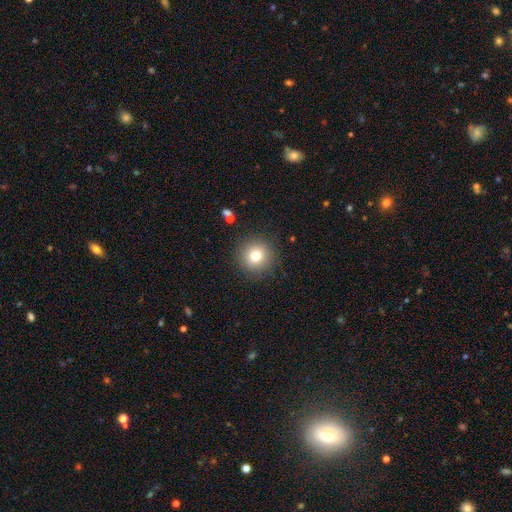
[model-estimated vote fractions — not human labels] This is likely a smooth galaxy (77%). How rounded: clearly round (94%). Merging: clearly none (89%).